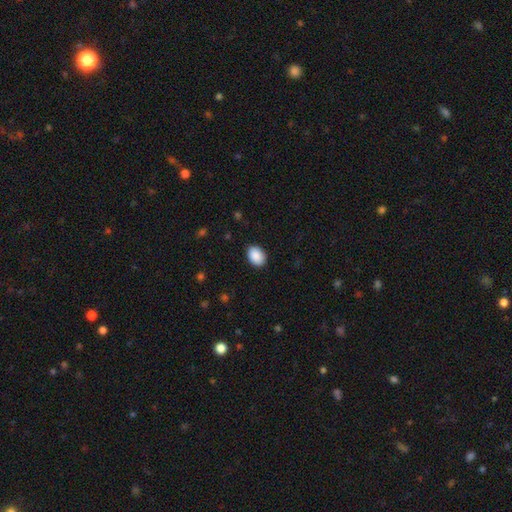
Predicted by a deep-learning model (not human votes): smooth_or_featured: smooth (p=0.91) [alt: star or artifact p=0.07]
how_rounded: in between (p=0.76) [alt: round p=0.23]
merging: none (p=0.89) [alt: minor disturbance p=0.08]